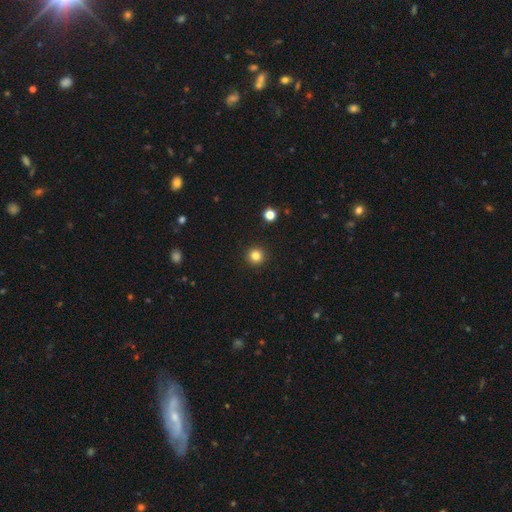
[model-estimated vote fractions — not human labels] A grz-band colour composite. It shows a smooth galaxy with no disk features (83%) that is round (96%). Merging: none (93%).